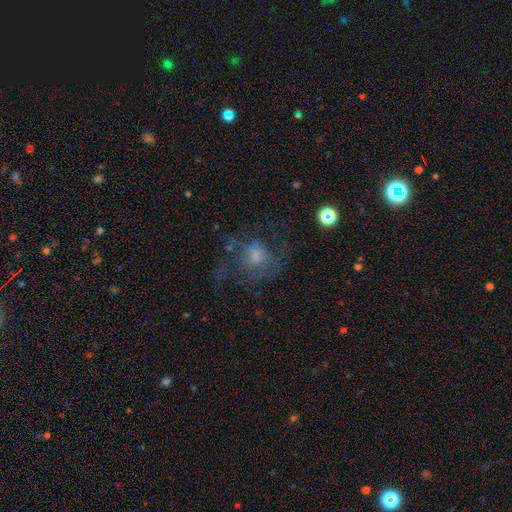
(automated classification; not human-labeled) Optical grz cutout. It shows a featured or disk galaxy (44%). Merging: none (46%).